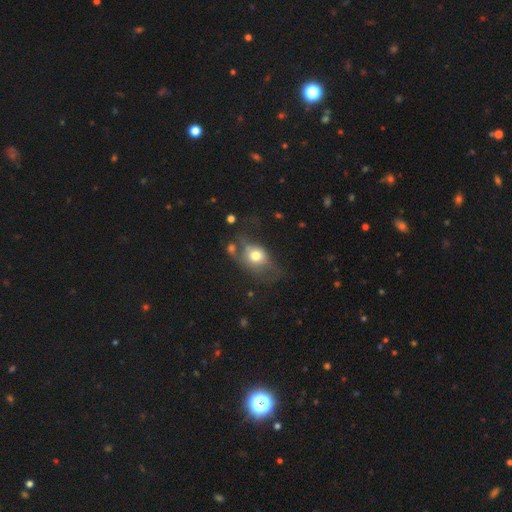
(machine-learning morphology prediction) The model was most divided on "how rounded": in between: 50%, round: 48%, cigar-shaped: 2%. Remaining: smooth or featured — smooth (63%); merging — none (34%).